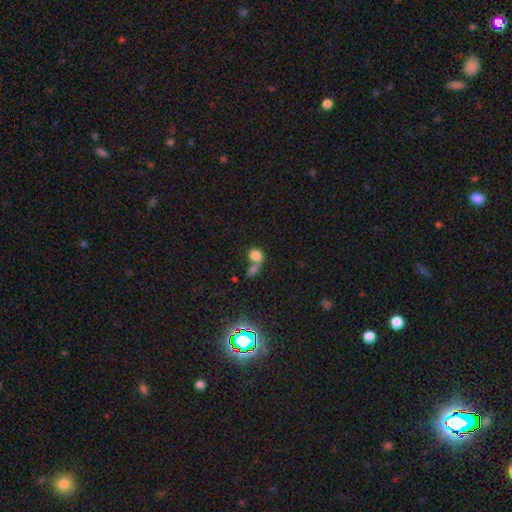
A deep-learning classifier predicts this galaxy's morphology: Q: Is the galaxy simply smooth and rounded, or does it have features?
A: smooth — 78%.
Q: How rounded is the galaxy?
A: round — 51%.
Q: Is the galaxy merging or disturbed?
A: merger — 55%.